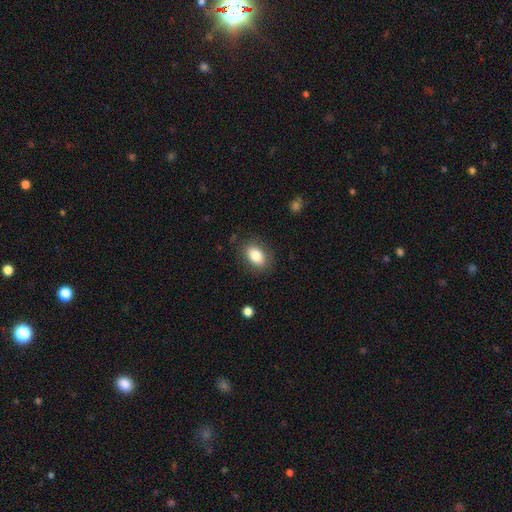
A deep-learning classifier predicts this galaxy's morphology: Smooth or featured? smooth (83%)
How rounded? in between (84%)
Merging? none (84%)